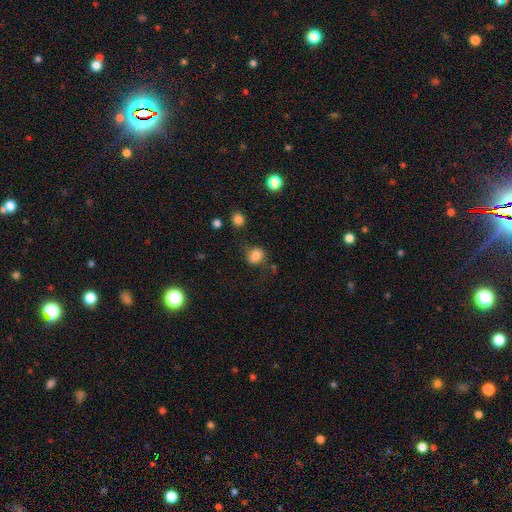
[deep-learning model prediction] This is likely a smooth galaxy (79%). How rounded: likely round (67%). Merging: likely none (62%).